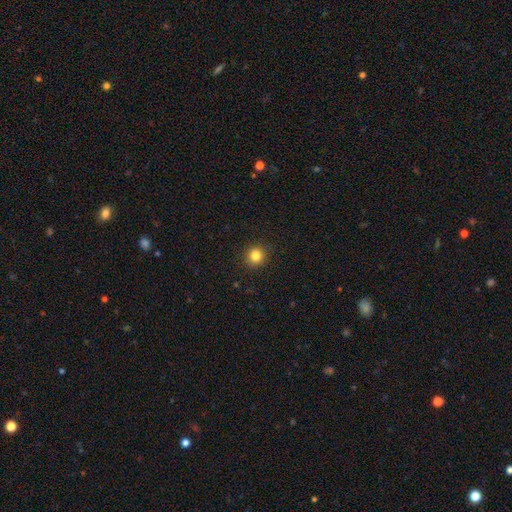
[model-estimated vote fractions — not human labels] Smooth or featured? smooth (84%)
How rounded? round (89%)
Merging? none (91%)